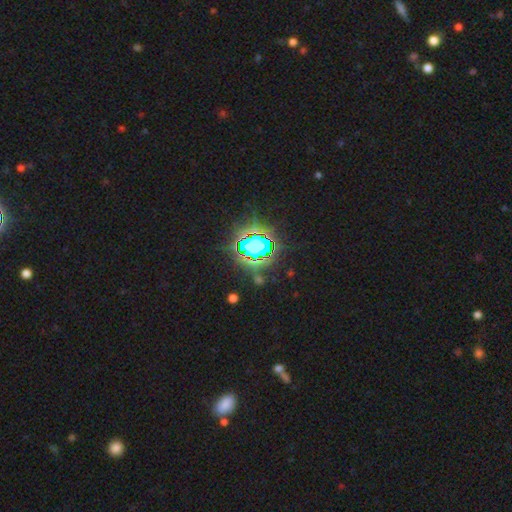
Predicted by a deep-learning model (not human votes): This appears to be a star or artifact, not a galaxy (80%).